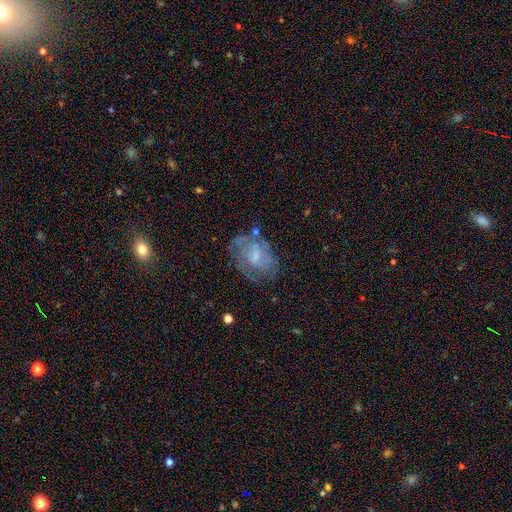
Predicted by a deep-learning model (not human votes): Smooth or featured? Predicted: featured or disk (p=0.61). Edge-on disk? Predicted: no (p=0.97). Bar? Predicted: weak (p=0.47). Spiral arms? Predicted: yes (p=0.67). Bulge size? Predicted: small (p=0.44). Merging? Predicted: none (p=0.56).